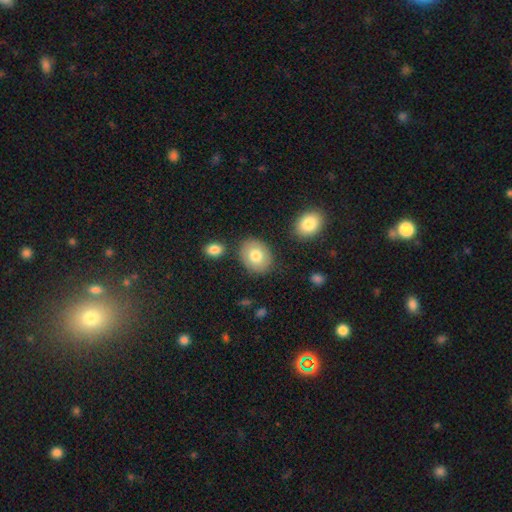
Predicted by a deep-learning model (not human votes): smooth_or_featured: smooth (p=0.77) [alt: featured or disk p=0.16]
how_rounded: in between (p=0.58) [alt: round p=0.41]
merging: none (p=0.80) [alt: minor disturbance p=0.12]